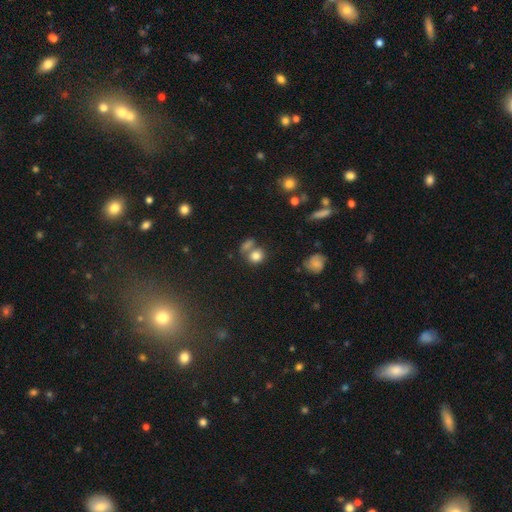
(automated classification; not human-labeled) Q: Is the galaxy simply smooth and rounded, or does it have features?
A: smooth — 80%.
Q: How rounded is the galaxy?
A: round — 71%.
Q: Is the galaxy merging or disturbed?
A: none — 49%.